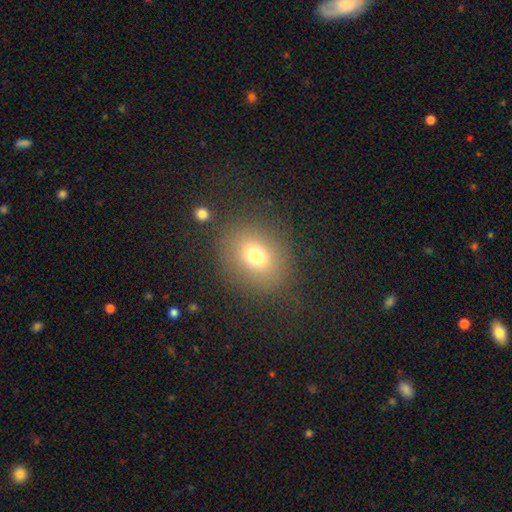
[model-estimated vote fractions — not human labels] Smooth or featured: smooth — 73% (star or artifact — 15%)
How rounded: round — 64% (in between — 35%)
Merging: none — 80% (minor disturbance — 12%)